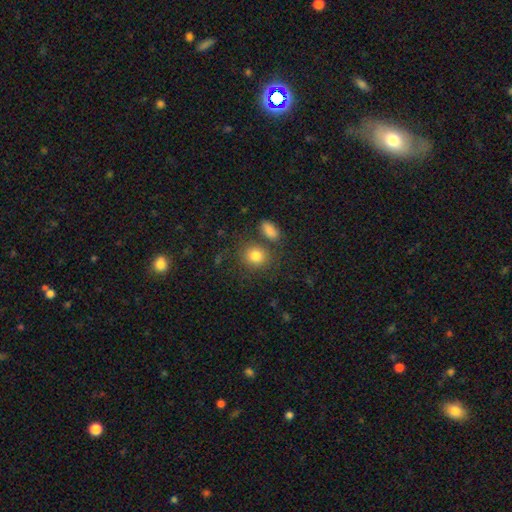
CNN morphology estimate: Q: Smooth or featured?
A: smooth (82%); runner-up: star or artifact (10%)
Q: How rounded?
A: round (71%); runner-up: in between (28%)
Q: Merging?
A: none (70%); runner-up: merger (13%)